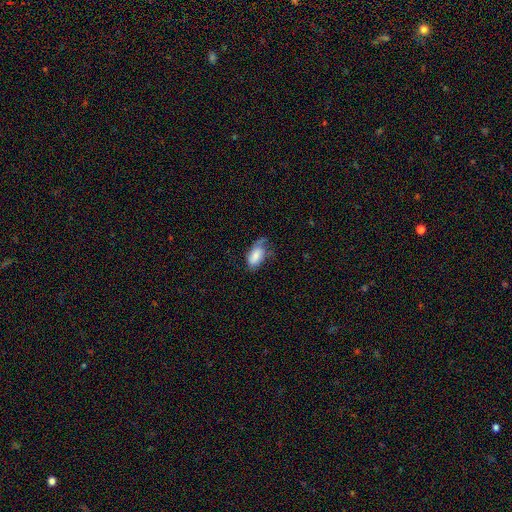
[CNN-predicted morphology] Q: Smooth or featured?
A: smooth (75%); runner-up: featured or disk (18%)
Q: How rounded?
A: in between (93%); runner-up: round (4%)
Q: Merging?
A: none (38%); tied with: minor disturbance (38%)